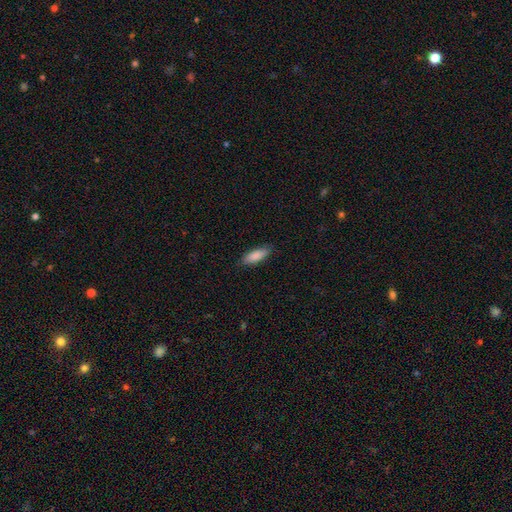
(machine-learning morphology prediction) Q: Smooth or featured?
A: smooth (87%); runner-up: featured or disk (7%)
Q: How rounded?
A: in between (63%); runner-up: cigar-shaped (35%)
Q: Merging?
A: none (84%); runner-up: minor disturbance (12%)